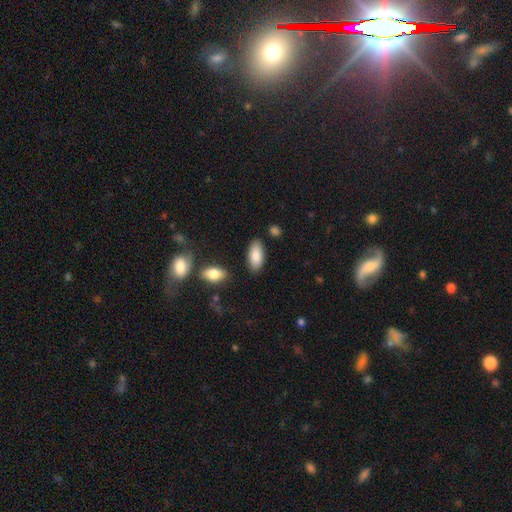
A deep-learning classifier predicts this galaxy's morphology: smooth 87%, featured or disk 7%, star or artifact 6%. Down the decision tree: how rounded — in between (91%); merging — none (83%).